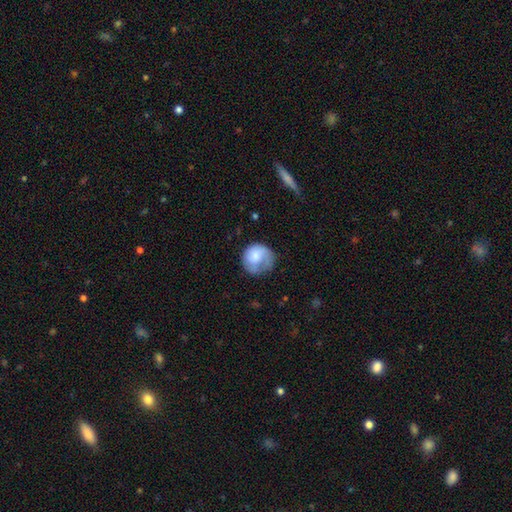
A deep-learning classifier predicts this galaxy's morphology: Smooth or featured: smooth — 70% (featured or disk — 23%)
How rounded: round — 81% (in between — 18%)
Merging: none — 47% (minor disturbance — 30%)